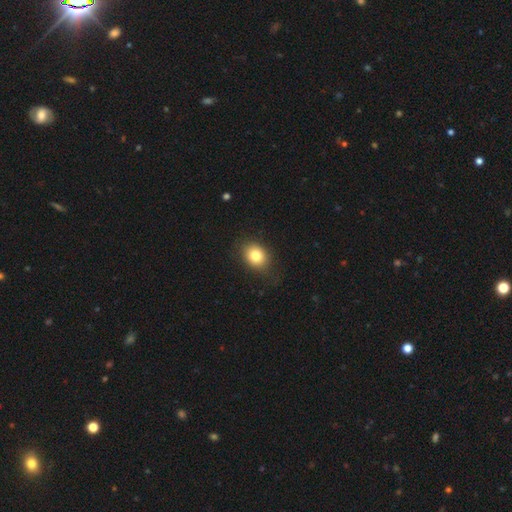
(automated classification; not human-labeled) A smooth galaxy with no disk features (81%) that is in between round and cigar-shaped (53%). Merging: none (80%).